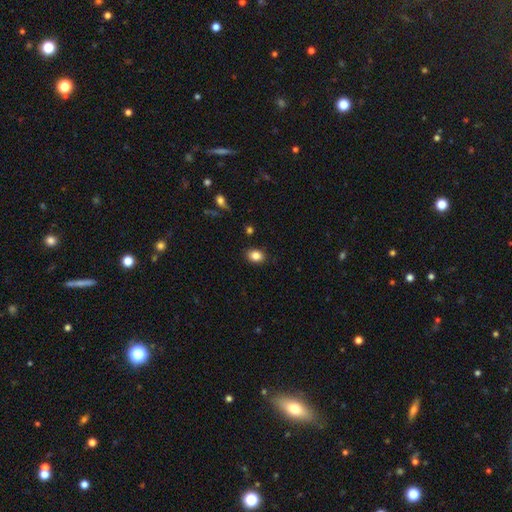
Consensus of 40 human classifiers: This appears to be a smooth galaxy with no disk features (85%) that is in between round and cigar-shaped (76%). Merging: none (92%).